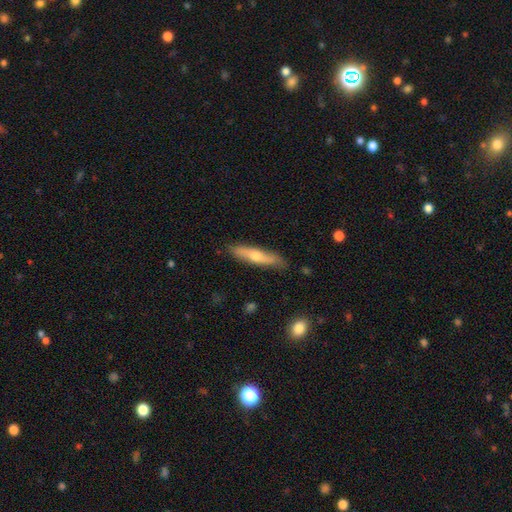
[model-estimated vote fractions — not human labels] A smooth galaxy with no disk features (51%) that is cigar-shaped (85%). Merging: none (85%).